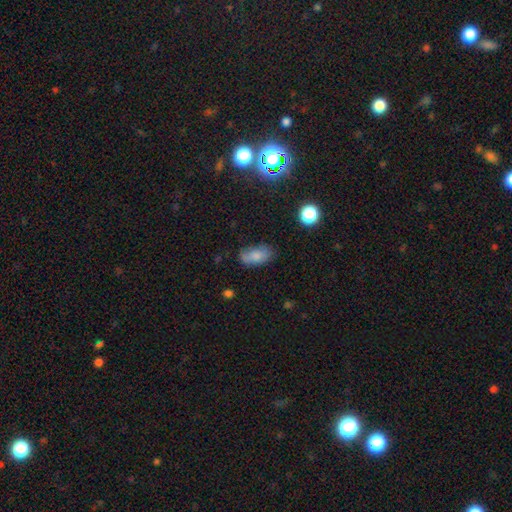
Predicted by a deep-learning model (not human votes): This appears to be a smooth galaxy with no disk features (80%) that is in between round and cigar-shaped (91%). Merging: none (69%).